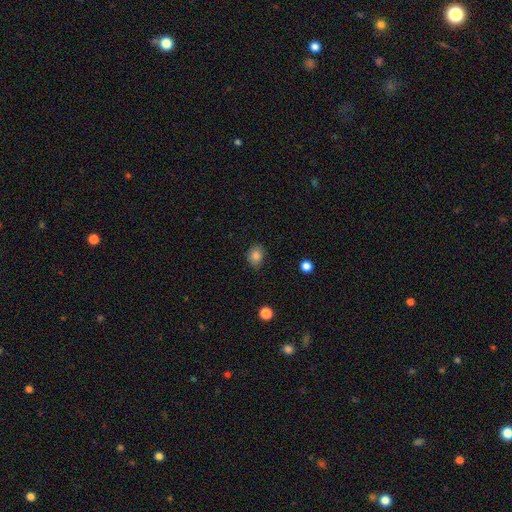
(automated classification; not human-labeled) A smooth galaxy with no disk features (84%) that is in between round and cigar-shaped (55%). Merging: none (81%).